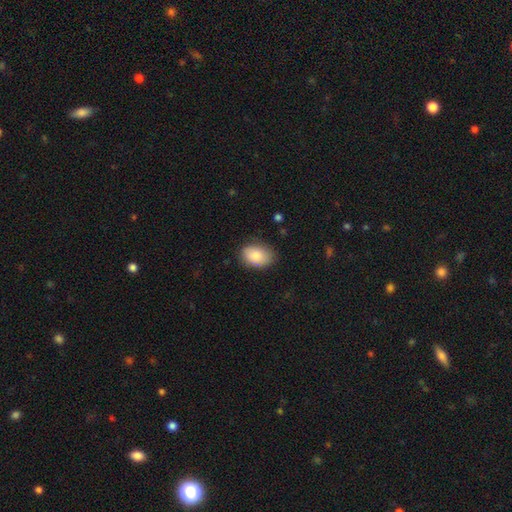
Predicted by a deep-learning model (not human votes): smooth 83%, featured or disk 10%, star or artifact 7%. Down the decision tree: how rounded — in between (81%); merging — none (80%).